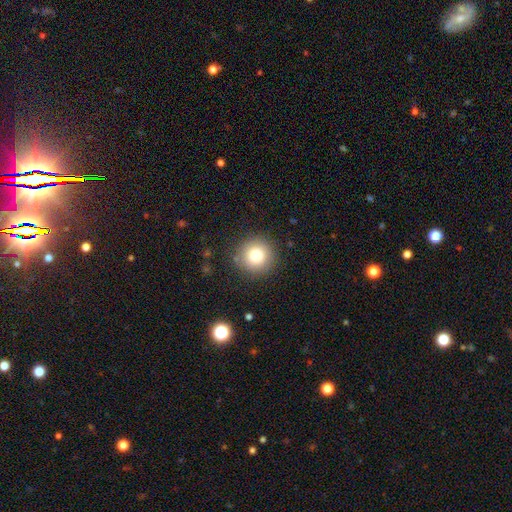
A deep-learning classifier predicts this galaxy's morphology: Smooth or featured?
  - smooth: 80% *
  - star or artifact: 11%
  - featured or disk: 9%
How rounded?
  - round: 95% *
  - in between: 4%
  - cigar-shaped: 1%
Merging?
  - none: 87% *
  - minor disturbance: 9%
  - major disturbance: 3%
  - merger: 2%